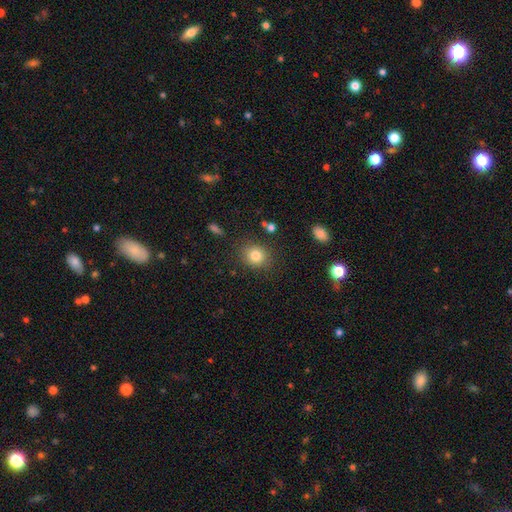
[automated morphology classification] Smooth or featured? Predicted: smooth (p=0.82). How rounded? Predicted: round (p=0.74). Merging? Predicted: none (p=0.84).